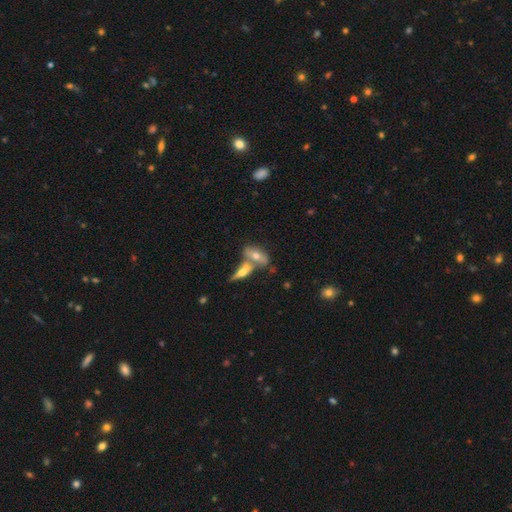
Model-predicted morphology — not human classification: Smooth or featured? smooth (48%)
Merging? merger (45%)